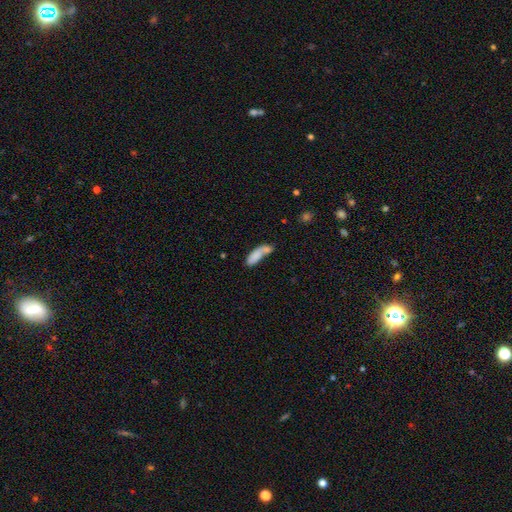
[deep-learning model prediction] A smooth galaxy with no disk features (79%) that is in between round and cigar-shaped (60%).

Vote fractions:
- Smooth or featured? smooth: 79% / featured or disk: 13% / star or artifact: 8%
- How rounded? in between: 60% / cigar-shaped: 38% / round: 3%
- Merging? merger: 41% / none: 31% / minor disturbance: 16% / major disturbance: 11%